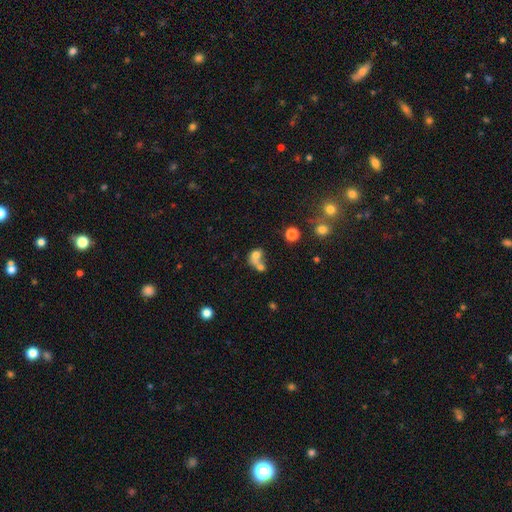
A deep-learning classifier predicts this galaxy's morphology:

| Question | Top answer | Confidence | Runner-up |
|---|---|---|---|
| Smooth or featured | smooth | 66% | featured or disk (20%) |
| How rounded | round | 52% | in between (46%) |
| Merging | merger | 63% | none (21%) |